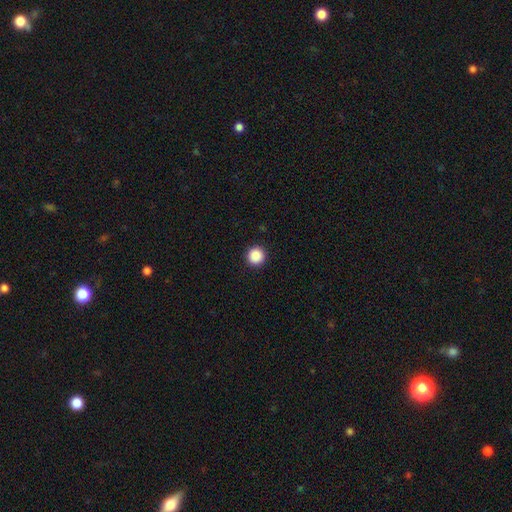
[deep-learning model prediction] This is clearly a smooth galaxy (88%). How rounded: clearly round (96%). Merging: clearly none (93%).